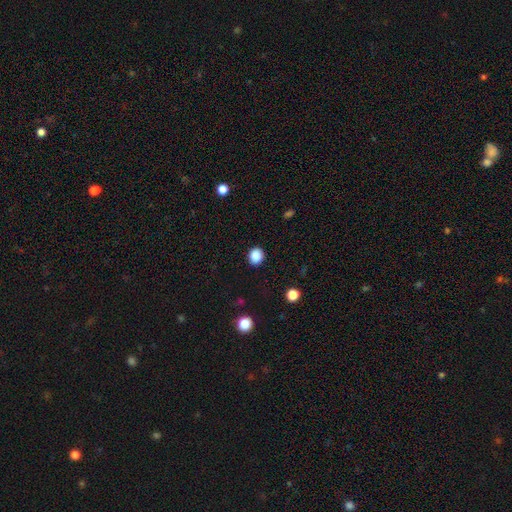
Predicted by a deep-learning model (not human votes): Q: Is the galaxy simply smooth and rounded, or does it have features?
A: smooth — 87%.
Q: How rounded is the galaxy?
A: round — 79%.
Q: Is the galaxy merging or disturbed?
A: none — 90%.